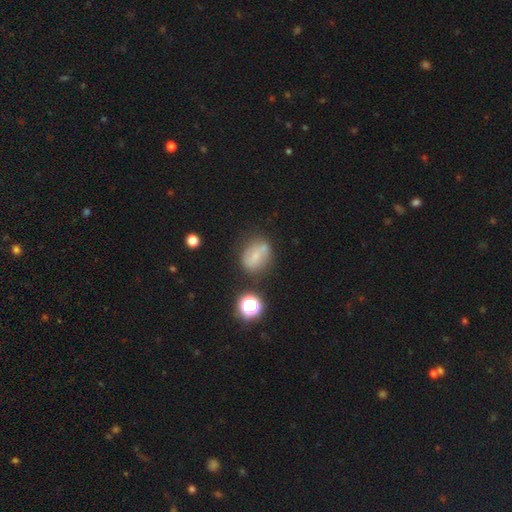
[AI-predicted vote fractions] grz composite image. It shows a smooth galaxy with no disk features (59%) that is in between round and cigar-shaped (52%). Merging: none (57%).